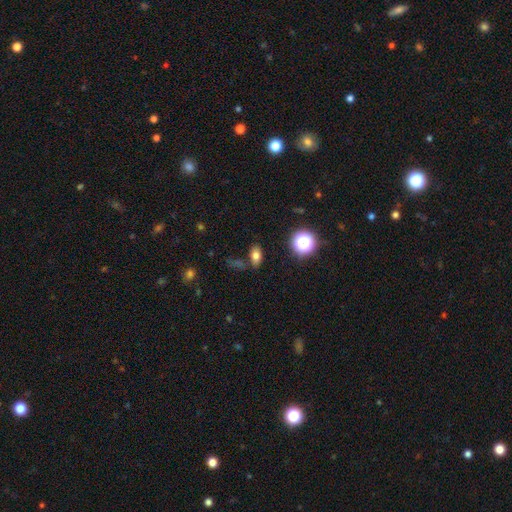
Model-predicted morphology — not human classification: Smooth or featured: smooth — 74% (star or artifact — 16%)
How rounded: in between — 82% (round — 14%)
Merging: none — 77% (minor disturbance — 11%)